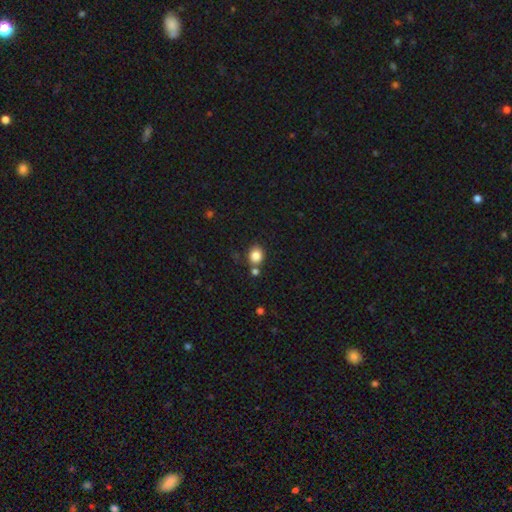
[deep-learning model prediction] A smooth galaxy with no disk features (84%) that is round (67%). Merging: none (71%).